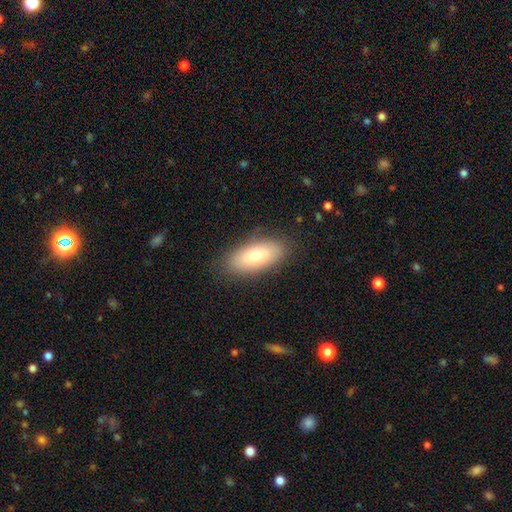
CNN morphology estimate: smooth-or-featured: smooth: 74% | featured or disk: 19% | star or artifact: 7%
  how-rounded: in between: 86% | cigar-shaped: 11% | round: 3%
  merging: none: 85% | minor disturbance: 11% | major disturbance: 3% | merger: 1%